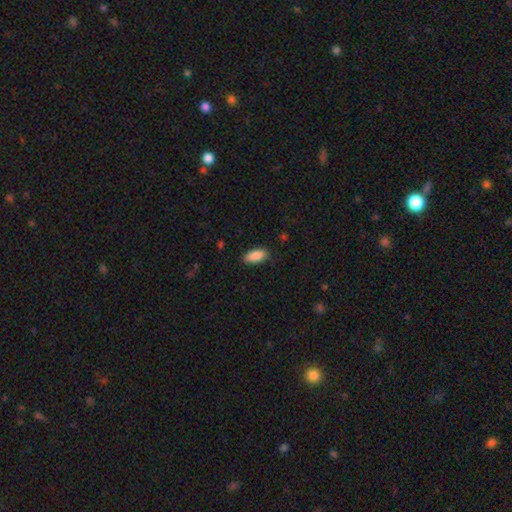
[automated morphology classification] This appears to be a smooth galaxy with no disk features (89%) that is in between round and cigar-shaped (90%). Merging: none (81%).